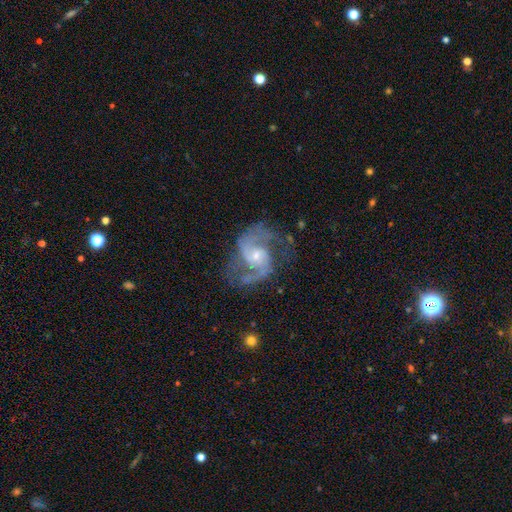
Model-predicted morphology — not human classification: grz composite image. It shows a featured or disk galaxy (90%) with no bar (55%), 2 (90%) medium (58%) spiral arms (97%) and a small central bulge (61%). Merging: none (67%).